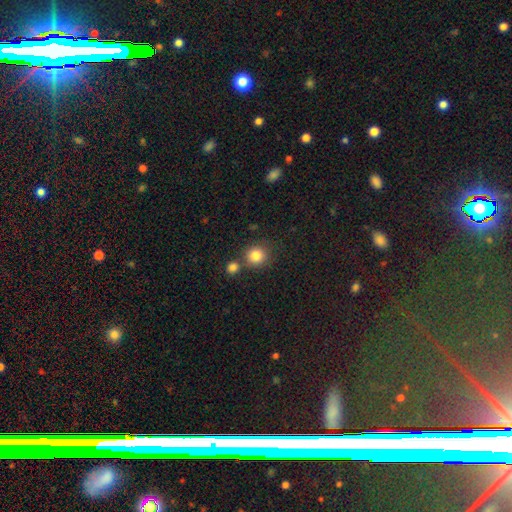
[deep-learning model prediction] A smooth galaxy with no disk features (83%) that is round (89%).

Vote fractions:
- Smooth or featured? smooth: 83% / star or artifact: 11% / featured or disk: 6%
- How rounded? round: 89% / in between: 10% / cigar-shaped: 1%
- Merging? none: 68% / merger: 20% / minor disturbance: 9% / major disturbance: 3%